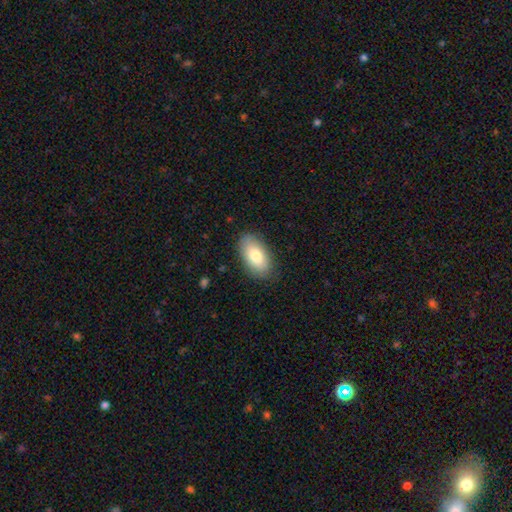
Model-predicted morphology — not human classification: smooth 80%, featured or disk 14%, star or artifact 6%. Down the decision tree: how rounded — in between (94%); merging — none (85%).